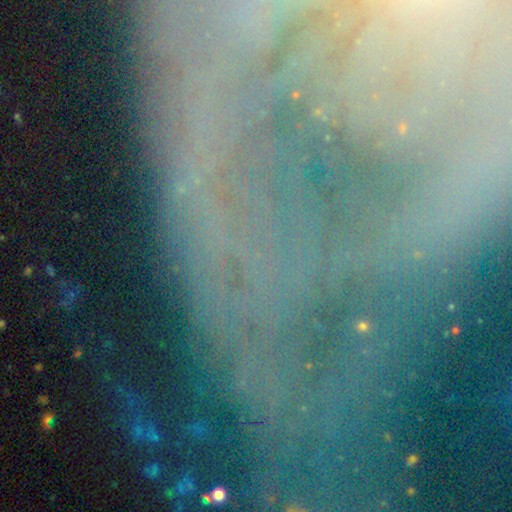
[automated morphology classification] A star or artifact, not a galaxy (63%).